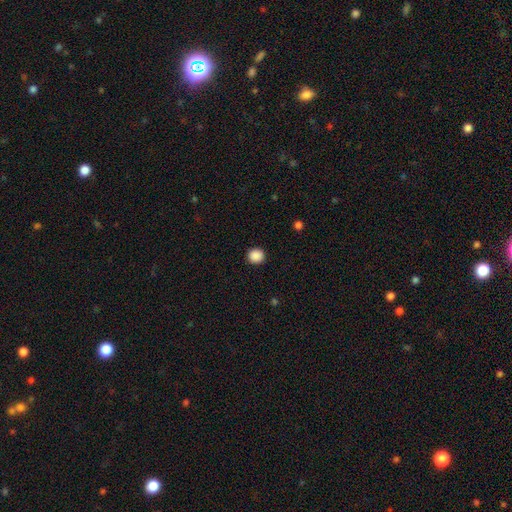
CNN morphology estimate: Smooth or featured? Predicted: smooth (p=0.89). How rounded? Predicted: round (p=0.91). Merging? Predicted: none (p=0.92).